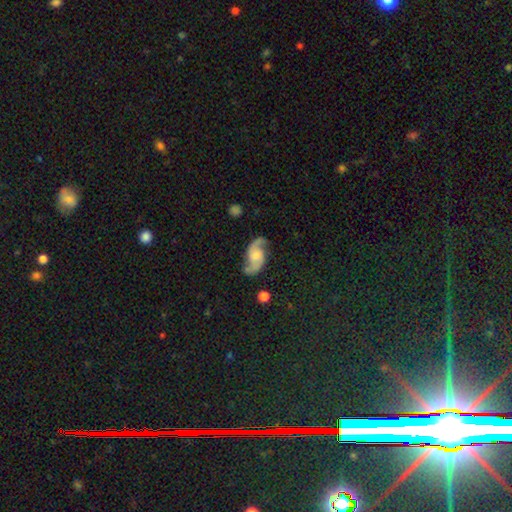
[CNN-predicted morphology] type=featured or disk (87%); edge-on=no (97%); bar=no (53%); spiral arms=yes (97%); winding=medium (44%, tied with loose); arm count=2 (93%); bulge=moderate (42%); merging=none (74%).